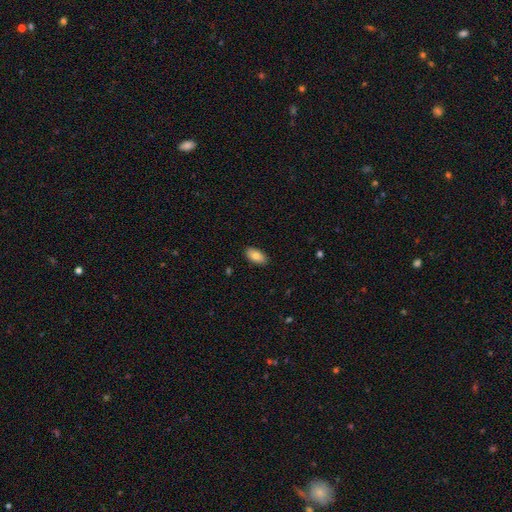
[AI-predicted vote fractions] Morphology: type=smooth (82%); roundness=in between (94%); merging=none (89%).